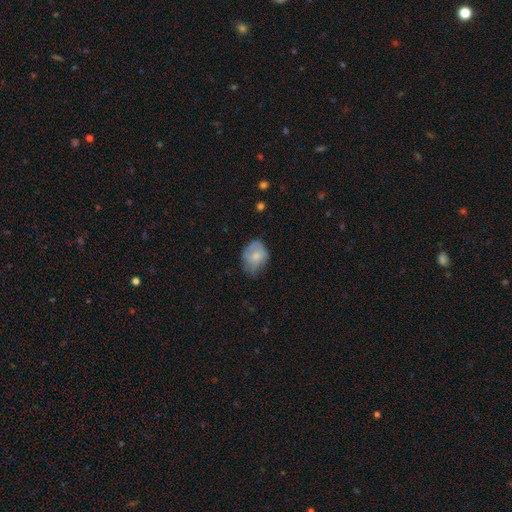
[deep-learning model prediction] Smooth or featured? Predicted: smooth (p=0.67). How rounded? Predicted: in between (p=0.56). Merging? Predicted: none (p=0.49).